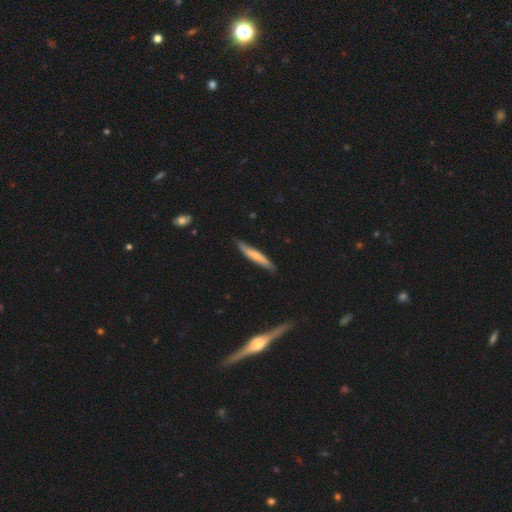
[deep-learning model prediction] A smooth galaxy with no disk features (62%) that is cigar-shaped (92%). Merging: none (83%).